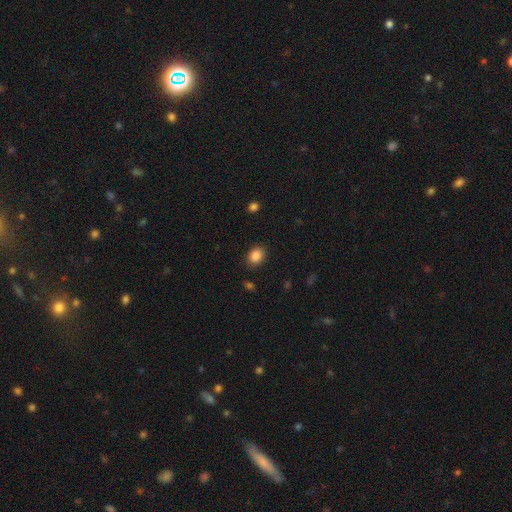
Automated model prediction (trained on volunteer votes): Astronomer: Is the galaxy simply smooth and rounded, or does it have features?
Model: smooth — 87%.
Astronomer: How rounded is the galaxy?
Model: in between — 57% (runner-up: round, 42%).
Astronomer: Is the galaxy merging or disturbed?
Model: none — 86%.